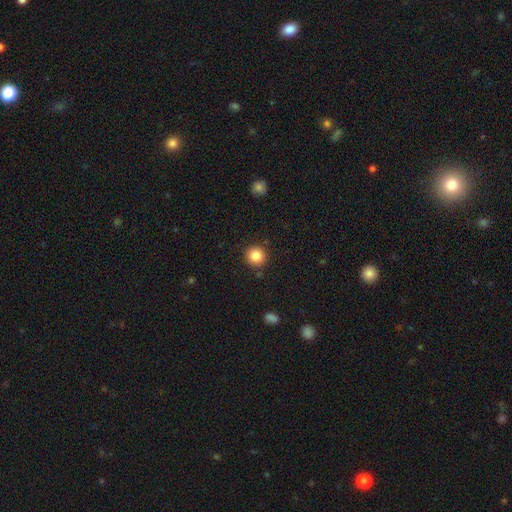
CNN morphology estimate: Smooth or featured: smooth — 85% (star or artifact — 10%)
How rounded: round — 94% (in between — 5%)
Merging: none — 90% (minor disturbance — 7%)